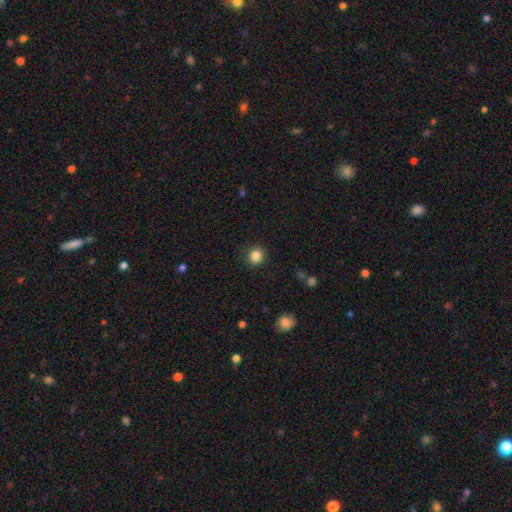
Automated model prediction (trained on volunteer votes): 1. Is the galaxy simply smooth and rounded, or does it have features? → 85% smooth, 11% star or artifact, 4% featured or disk.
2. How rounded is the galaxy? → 89% round, 10% in between, 1% cigar-shaped.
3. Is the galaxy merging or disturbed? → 89% none, 7% minor disturbance, 2% major disturbance, 1% merger.